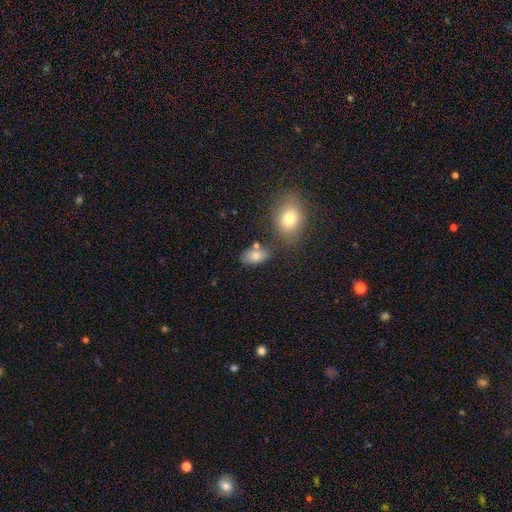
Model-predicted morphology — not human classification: A smooth galaxy with no disk features (80%) that is in between round and cigar-shaped (88%).

Vote fractions:
- Smooth or featured? smooth: 80% / star or artifact: 10% / featured or disk: 10%
- How rounded? in between: 88% / round: 10% / cigar-shaped: 2%
- Merging? none: 66% / minor disturbance: 17% / merger: 13% / major disturbance: 5%